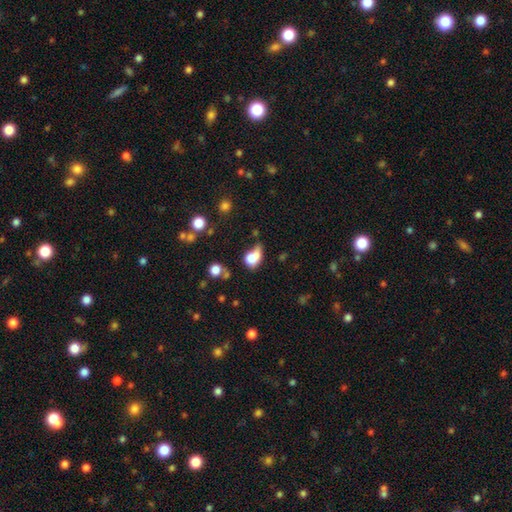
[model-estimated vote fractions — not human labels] This appears to be a smooth galaxy with no disk features (70%) that is in between round and cigar-shaped (55%). Merging: merger (36%).